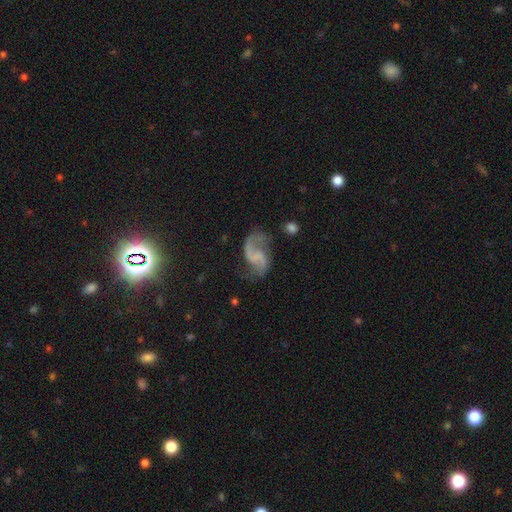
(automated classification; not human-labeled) This appears to be a featured or disk galaxy (83%) with no bar (47%), 2 (89%) loose (67%) spiral arms (95%) and no central bulge (70%). Merging: none (63%).